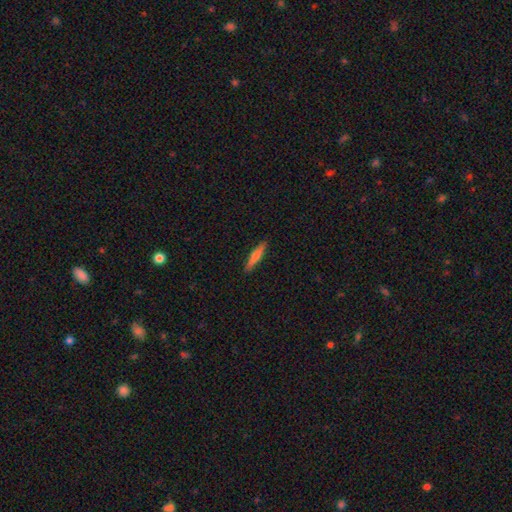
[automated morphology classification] Q: Smooth or featured?
A: smooth (58%); runner-up: featured or disk (36%)
Q: How rounded?
A: cigar-shaped (89%); runner-up: in between (10%)
Q: Merging?
A: none (90%); runner-up: minor disturbance (7%)